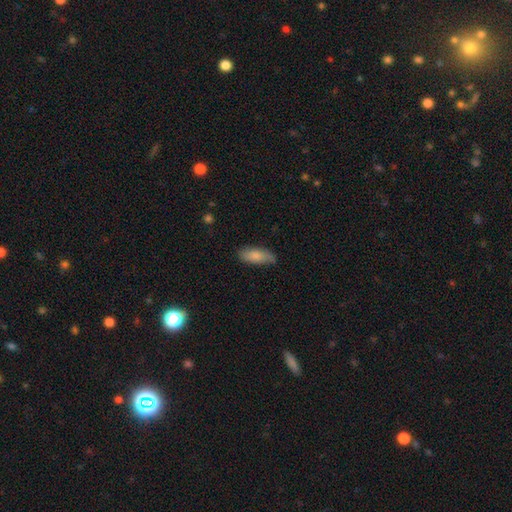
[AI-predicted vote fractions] A smooth galaxy with no disk features (81%) that is in between round and cigar-shaped (80%).

Vote fractions:
- Smooth or featured? smooth: 81% / featured or disk: 13% / star or artifact: 6%
- How rounded? in between: 80% / cigar-shaped: 18% / round: 2%
- Merging? none: 72% / minor disturbance: 23% / major disturbance: 4% / merger: 1%